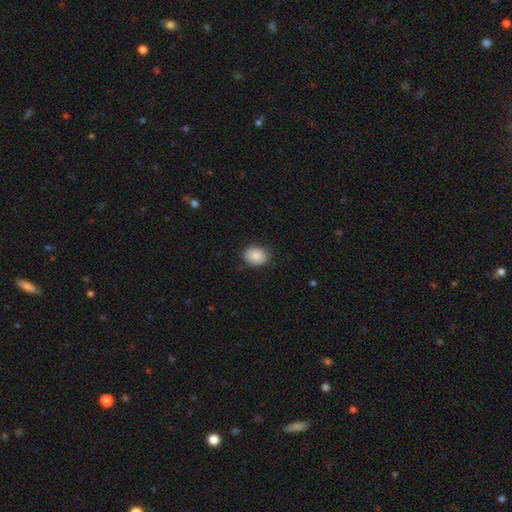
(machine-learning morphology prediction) A smooth galaxy with no disk features (88%) that is in between round and cigar-shaped (61%). Merging: none (84%).